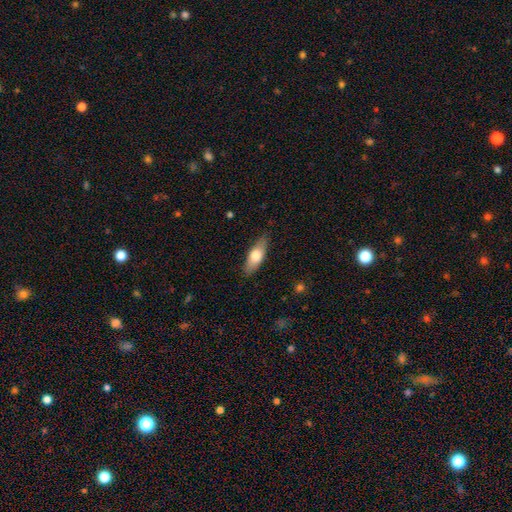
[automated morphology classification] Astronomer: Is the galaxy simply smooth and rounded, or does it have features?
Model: smooth — 64%.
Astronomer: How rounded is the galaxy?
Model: in between — 65%.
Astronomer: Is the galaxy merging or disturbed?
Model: none — 84%.